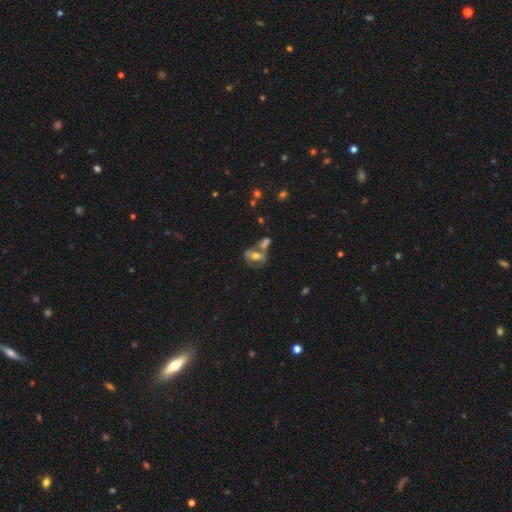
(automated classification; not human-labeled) Morphology: type=smooth (44%, tied with featured or disk); merging=merger (44%).